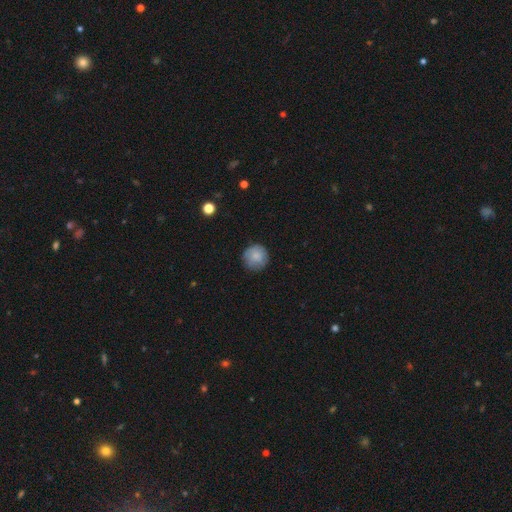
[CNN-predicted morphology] Smooth or featured? Predicted: smooth (p=0.80). How rounded? Predicted: round (p=0.94). Merging? Predicted: none (p=0.82).